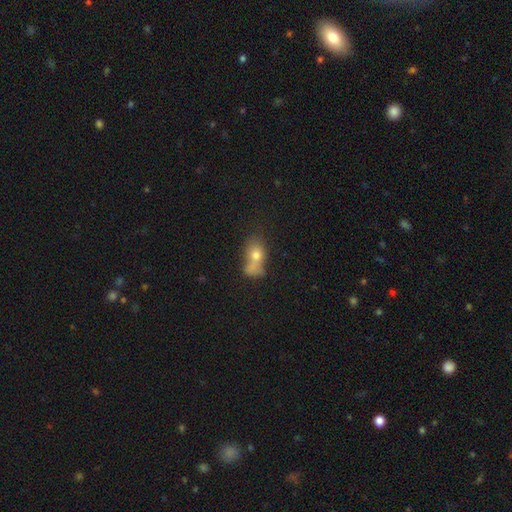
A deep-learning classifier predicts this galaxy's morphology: Smooth or featured? Predicted: smooth (p=0.70). How rounded? Predicted: in between (p=0.64). Merging? Predicted: merger (p=0.43).